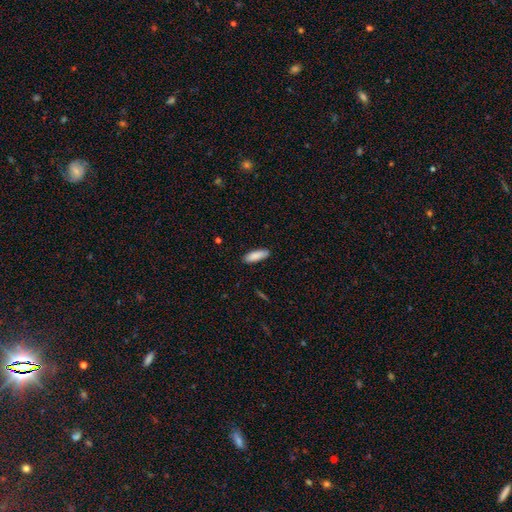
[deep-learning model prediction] smooth_or_featured: smooth (p=0.88) [alt: star or artifact p=0.06]
how_rounded: in between (p=0.61) [alt: cigar-shaped p=0.38]
merging: none (p=0.87) [alt: minor disturbance p=0.10]